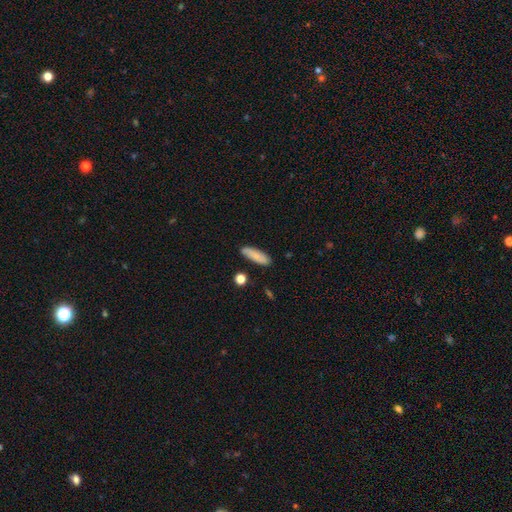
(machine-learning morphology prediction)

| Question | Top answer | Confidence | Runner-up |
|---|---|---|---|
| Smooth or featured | smooth | 83% | featured or disk (10%) |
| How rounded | cigar-shaped | 52% | in between (46%) |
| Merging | none | 83% | minor disturbance (12%) |